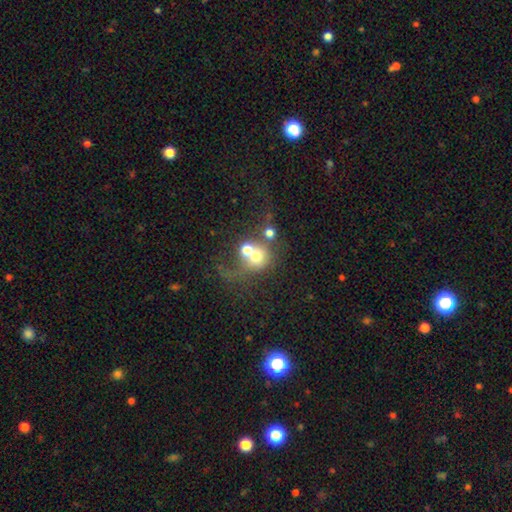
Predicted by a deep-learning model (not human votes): A smooth galaxy with no disk features (59%) that is round (82%). Merging: merger (49%).